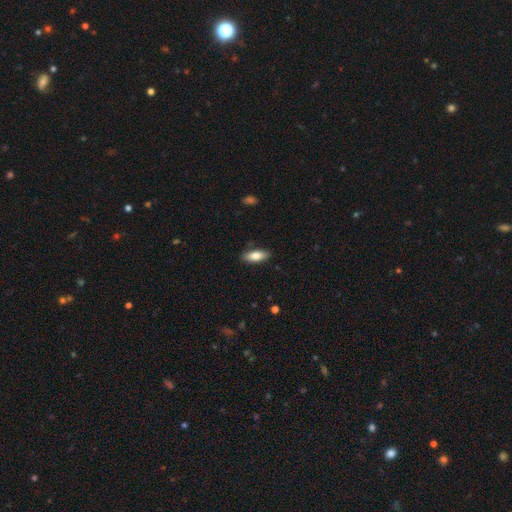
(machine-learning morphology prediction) Smooth or featured? Predicted: smooth (p=0.81). How rounded? Predicted: in between (p=0.75). Merging? Predicted: none (p=0.86).